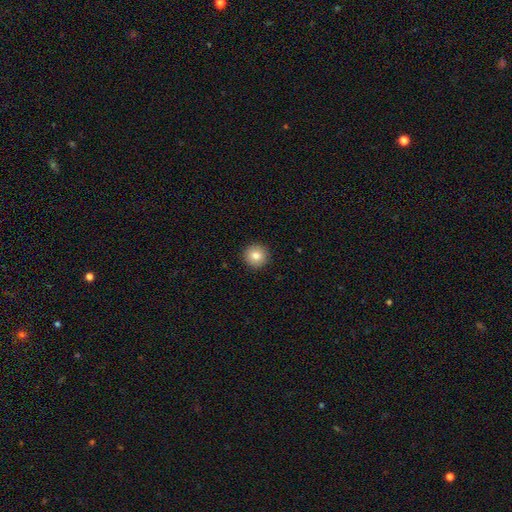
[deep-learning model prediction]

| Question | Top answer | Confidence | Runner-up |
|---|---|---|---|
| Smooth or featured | smooth | 83% | star or artifact (9%) |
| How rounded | round | 95% | in between (4%) |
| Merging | none | 92% | minor disturbance (5%) |